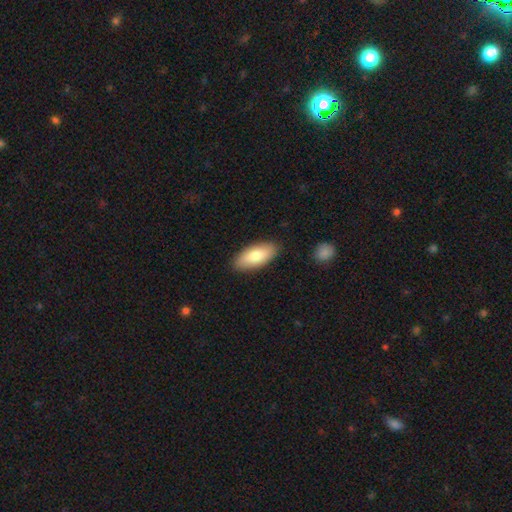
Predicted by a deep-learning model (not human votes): smooth-or-featured: smooth: 80% | featured or disk: 14% | star or artifact: 6%
  how-rounded: in between: 86% | cigar-shaped: 12% | round: 2%
  merging: none: 87% | minor disturbance: 9% | major disturbance: 2% | merger: 1%